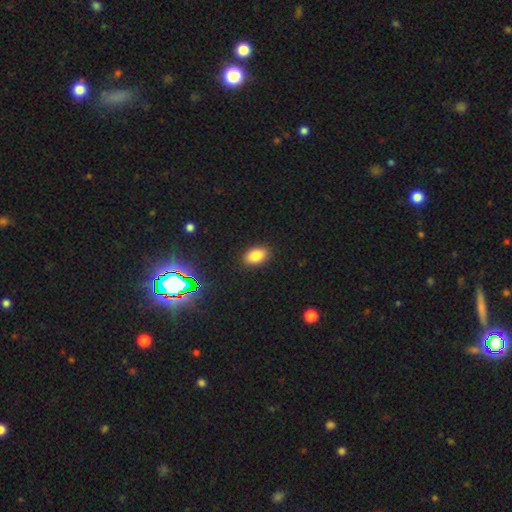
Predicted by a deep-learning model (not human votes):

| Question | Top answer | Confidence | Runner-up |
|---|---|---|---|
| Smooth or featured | smooth | 83% | star or artifact (11%) |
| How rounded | in between | 86% | round (12%) |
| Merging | none | 89% | minor disturbance (8%) |